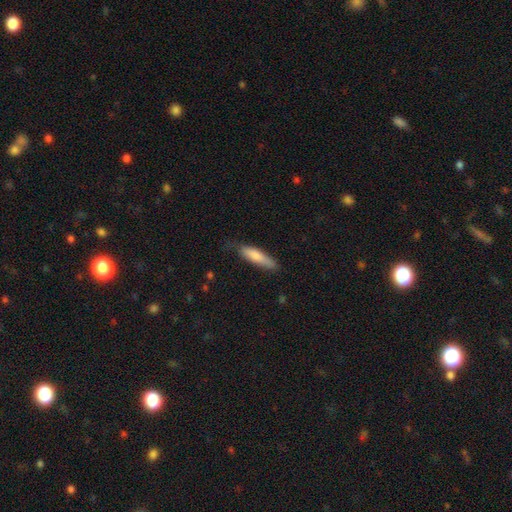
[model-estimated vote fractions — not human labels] Smooth or featured? smooth (79%)
How rounded? cigar-shaped (71%)
Merging? none (69%)